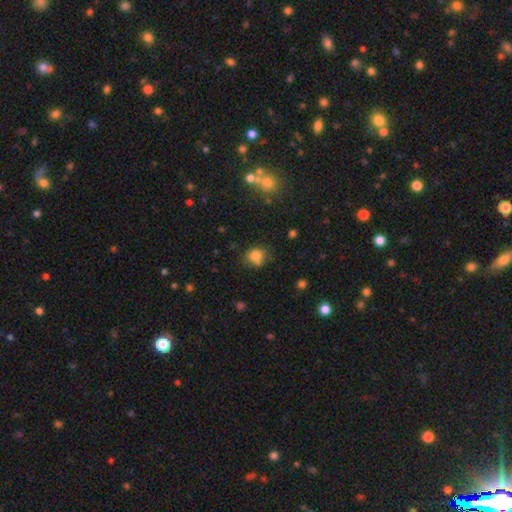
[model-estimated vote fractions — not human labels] Overall: smooth (77%). How rounded: round (70%). Merging: none (57%; minor disturbance 21%).